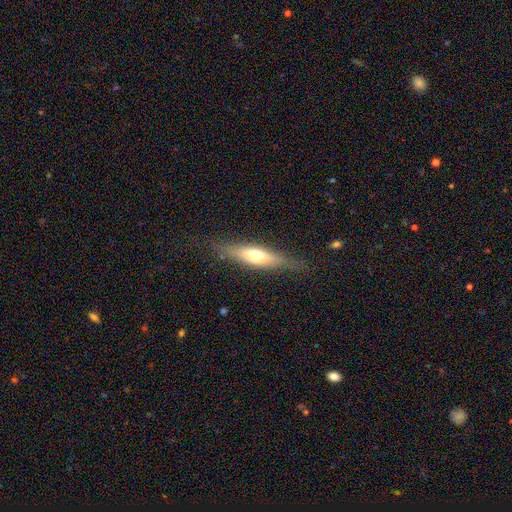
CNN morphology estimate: This appears to be a smooth galaxy with no disk features (48%). Merging: none (80%).